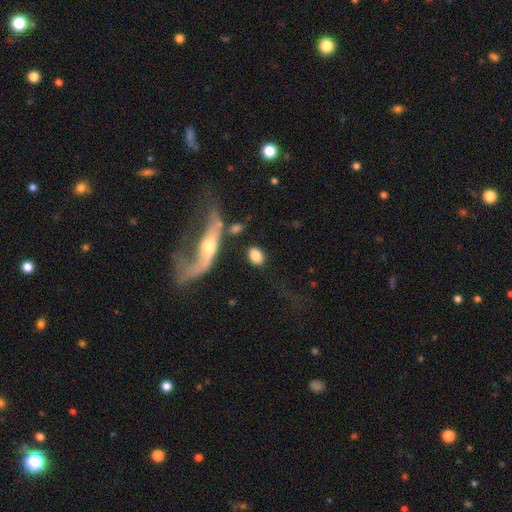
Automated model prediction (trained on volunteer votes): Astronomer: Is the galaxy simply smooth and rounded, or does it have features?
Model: smooth — 80%.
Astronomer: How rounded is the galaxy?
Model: in between — 75%.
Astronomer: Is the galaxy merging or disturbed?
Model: none — 66%.